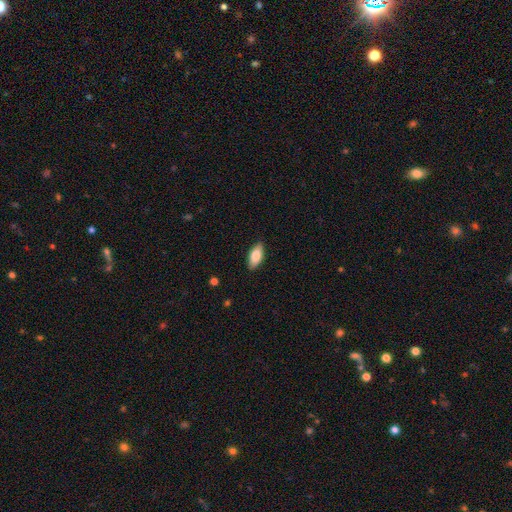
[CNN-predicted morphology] smooth 82%, featured or disk 12%, star or artifact 6%. Down the decision tree: how rounded — in between (87%); merging — none (87%).